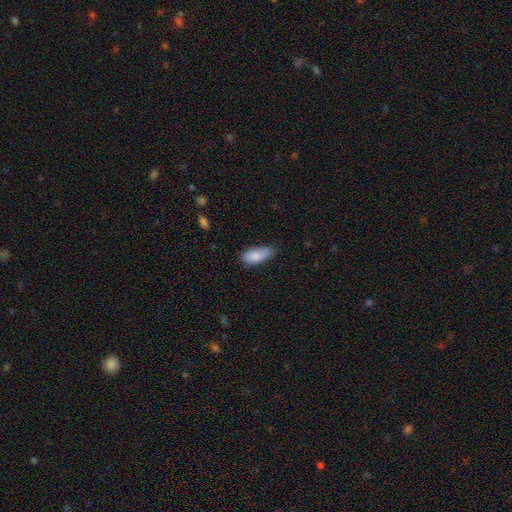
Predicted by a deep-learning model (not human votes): Smooth or featured? Predicted: smooth (p=0.83). How rounded? Predicted: in between (p=0.85). Merging? Predicted: none (p=0.62).